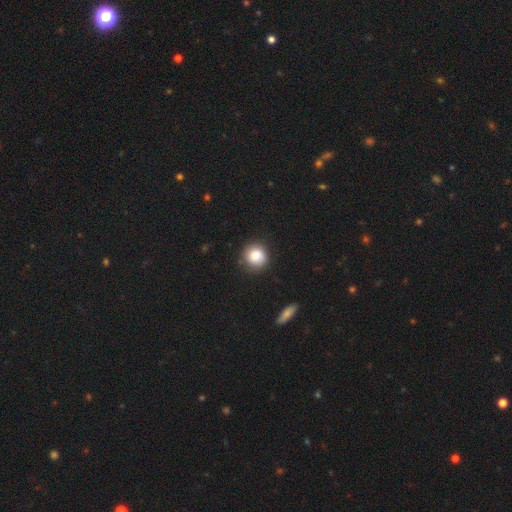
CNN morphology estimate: Smooth or featured: smooth — 85% (star or artifact — 9%)
How rounded: round — 89% (in between — 10%)
Merging: none — 81% (minor disturbance — 14%)